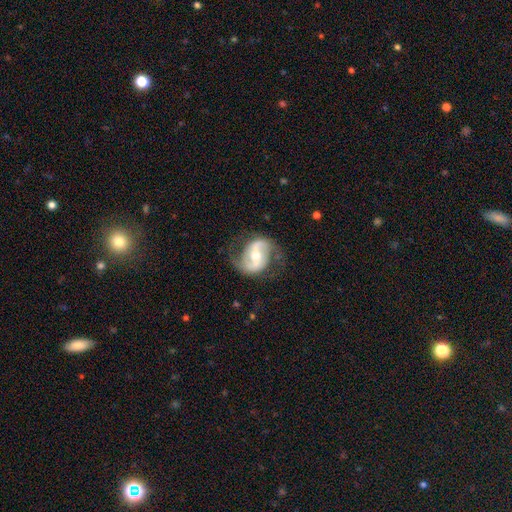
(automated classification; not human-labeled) Smooth or featured?
  - featured or disk: 85% *
  - smooth: 10%
  - star or artifact: 5%
Edge-on disk?
  - no: 97% *
  - yes: 3%
Bar?
  - weak: 40% *
  - strong: 37%
  - no: 23%
Spiral arms?
  - yes: 93% *
  - no: 7%
Spiral winding?
  - medium: 44% *
  - loose: 43%
  - tight: 13%
Spiral arm count?
  - 2: 91% *
  - can't tell: 4%
  - 1: 2%
  - 3: 1%
  - 4: 1%
  - more than 4: 1%
Bulge size?
  - moderate: 64% *
  - small: 29%
  - large: 5%
  - none: 1%
  - dominant: 1%
Merging?
  - none: 72% *
  - minor disturbance: 17%
  - major disturbance: 10%
  - merger: 1%